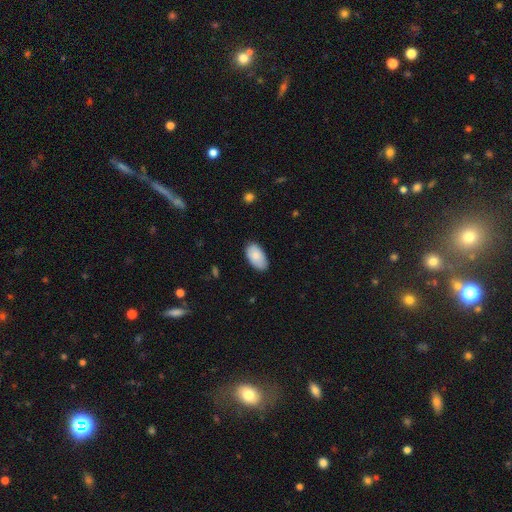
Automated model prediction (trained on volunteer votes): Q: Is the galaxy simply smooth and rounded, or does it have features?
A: smooth — 83%.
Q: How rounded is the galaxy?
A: in between — 95%.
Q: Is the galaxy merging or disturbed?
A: none — 81%.